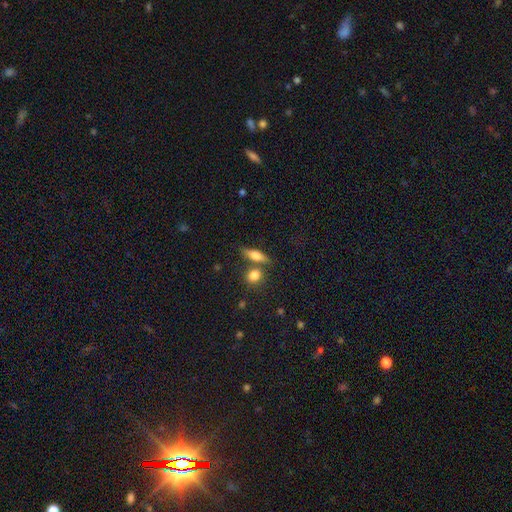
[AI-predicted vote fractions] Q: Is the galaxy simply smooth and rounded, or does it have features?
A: smooth — 63%.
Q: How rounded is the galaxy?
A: in between — 50%.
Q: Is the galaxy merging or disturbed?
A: none — 67%.